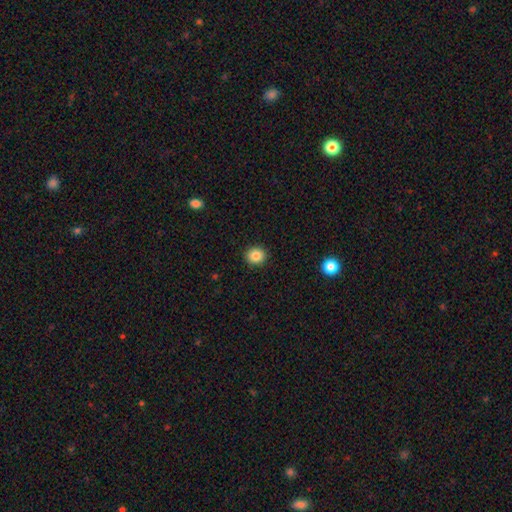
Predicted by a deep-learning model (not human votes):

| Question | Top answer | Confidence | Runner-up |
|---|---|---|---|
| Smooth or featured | smooth | 86% | star or artifact (10%) |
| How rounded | round | 85% | in between (14%) |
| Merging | none | 92% | minor disturbance (5%) |